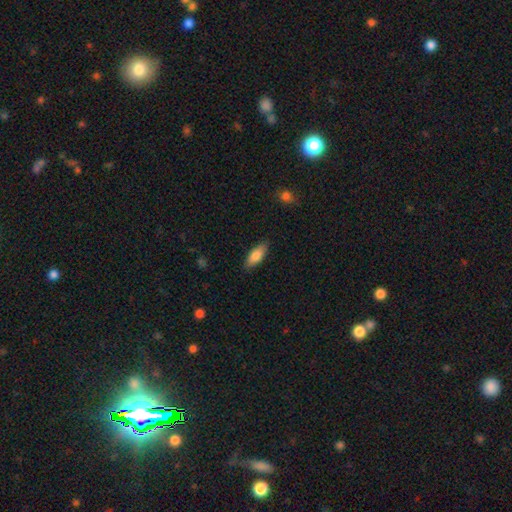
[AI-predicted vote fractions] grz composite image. It shows a smooth galaxy with no disk features (83%) that is in between round and cigar-shaped (74%). Merging: none (86%).